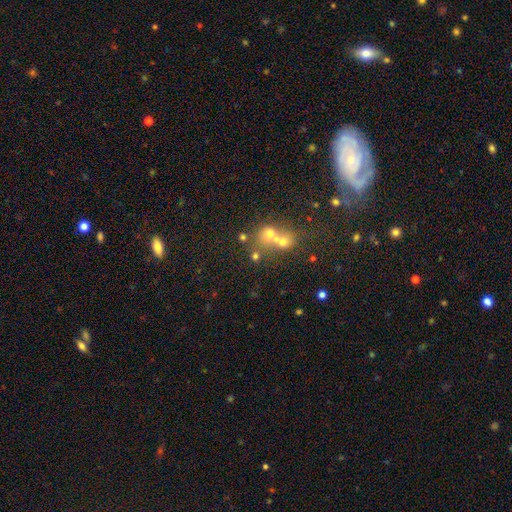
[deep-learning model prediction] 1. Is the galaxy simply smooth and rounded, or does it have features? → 51% smooth, 25% featured or disk, 24% star or artifact.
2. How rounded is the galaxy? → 70% round, 28% in between, 2% cigar-shaped.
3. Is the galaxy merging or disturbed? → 54% merger, 34% none, 7% minor disturbance, 5% major disturbance.